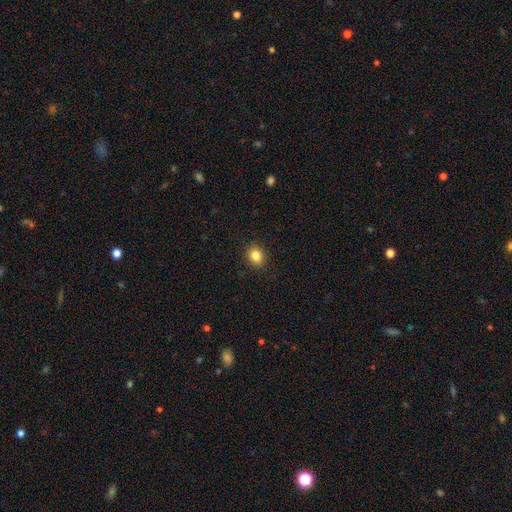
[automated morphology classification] A smooth galaxy with no disk features (83%) that is round (70%). Merging: none (91%).